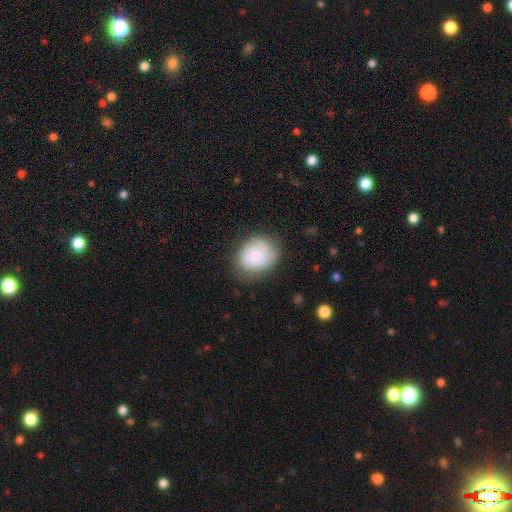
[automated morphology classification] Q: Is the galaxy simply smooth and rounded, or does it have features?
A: smooth — 55%.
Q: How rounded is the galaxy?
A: round — 64%.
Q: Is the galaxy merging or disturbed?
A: none — 74%.